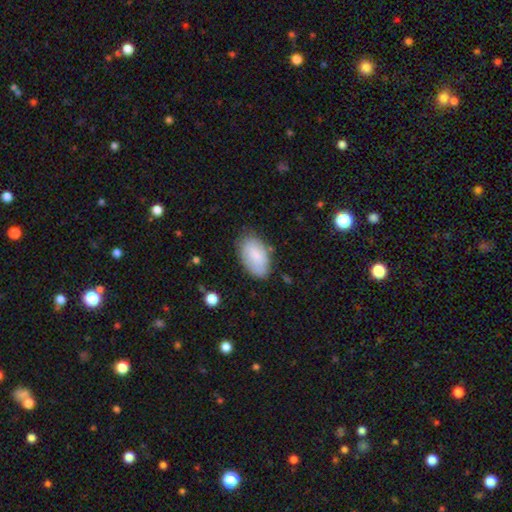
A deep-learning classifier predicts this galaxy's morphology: Smooth or featured? smooth (79%)
How rounded? in between (95%)
Merging? none (74%)